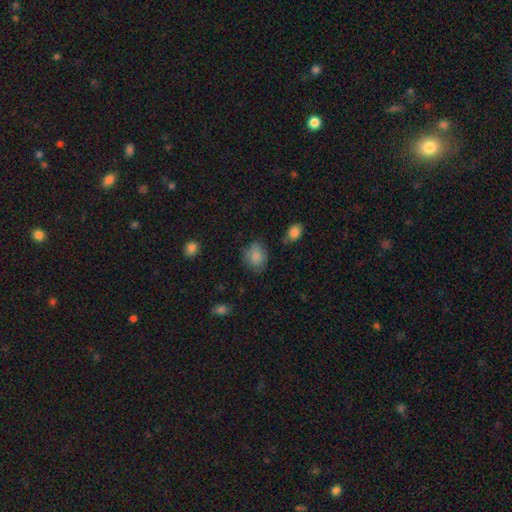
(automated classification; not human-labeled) Morphology: type=smooth (84%); roundness=round (56%); merging=none (71%).